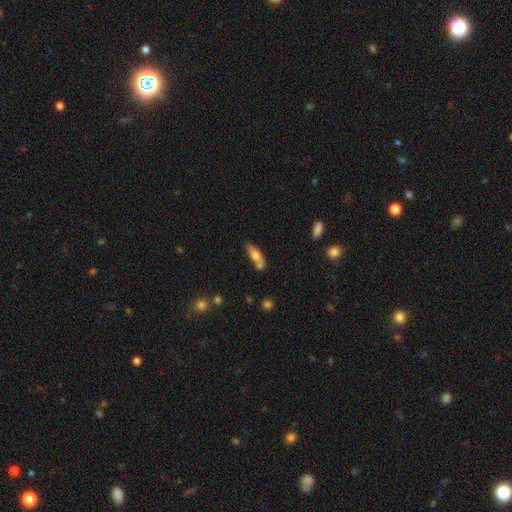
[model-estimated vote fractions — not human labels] Smooth or featured: smooth — 64% (featured or disk — 29%)
How rounded: in between — 53% (cigar-shaped — 44%)
Merging: none — 57% (merger — 22%)